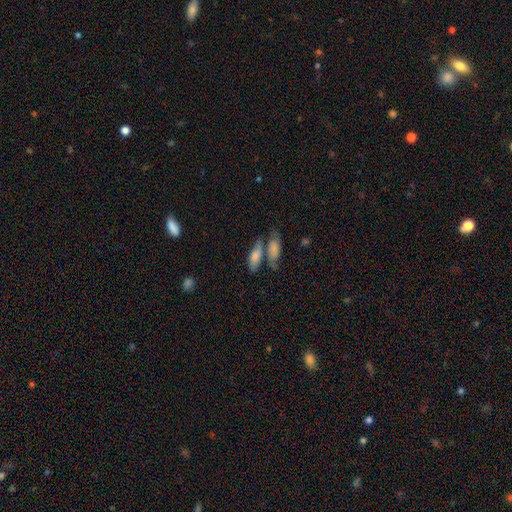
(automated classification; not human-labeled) smooth_or_featured: smooth (p=0.65) [alt: featured or disk p=0.25]
how_rounded: in between (p=0.60) [alt: cigar-shaped p=0.36]
merging: none (p=0.47) [alt: merger p=0.33]